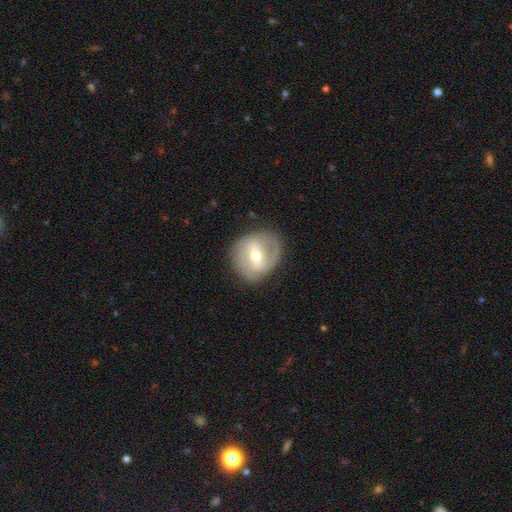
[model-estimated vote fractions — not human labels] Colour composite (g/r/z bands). It shows a featured or disk galaxy (69%) with a weak bar (47%), 2 (66%) medium (42%) spiral arms (78%) and a moderate central bulge (65%). Merging: none (76%).